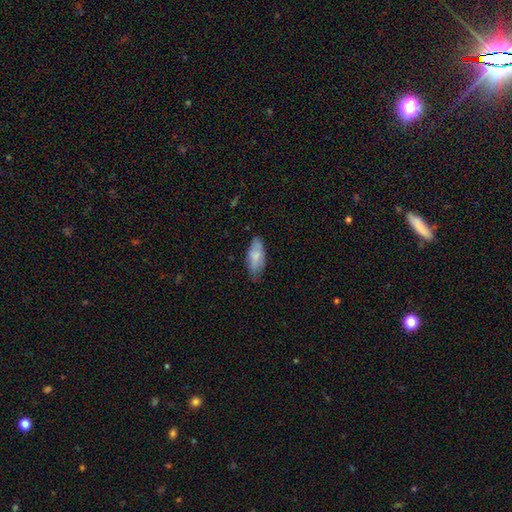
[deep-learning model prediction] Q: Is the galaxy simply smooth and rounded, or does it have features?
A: smooth — 77%.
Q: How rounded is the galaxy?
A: in between — 82%.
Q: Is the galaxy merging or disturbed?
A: none — 69%.